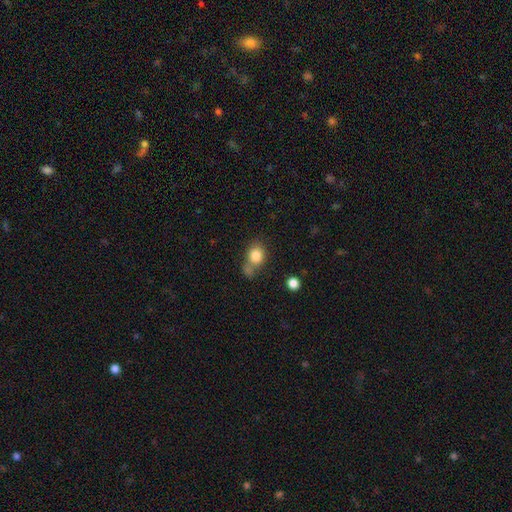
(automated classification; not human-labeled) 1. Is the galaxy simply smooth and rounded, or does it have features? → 82% smooth, 9% star or artifact, 9% featured or disk.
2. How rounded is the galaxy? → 54% round, 45% in between, 1% cigar-shaped.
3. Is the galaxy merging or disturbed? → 47% none, 27% merger, 18% minor disturbance, 8% major disturbance.